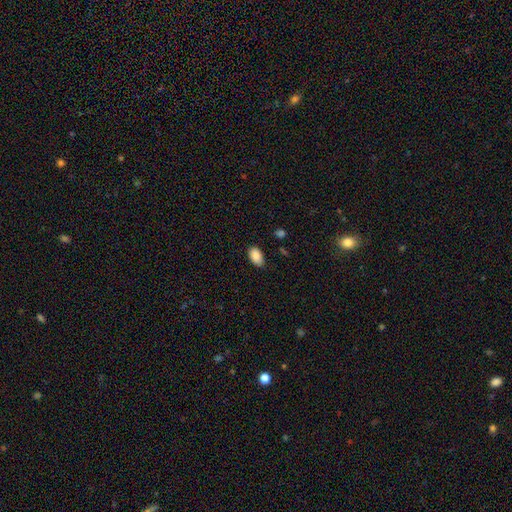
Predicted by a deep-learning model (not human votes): Morphology: type=smooth (88%); roundness=in between (92%); merging=none (82%).